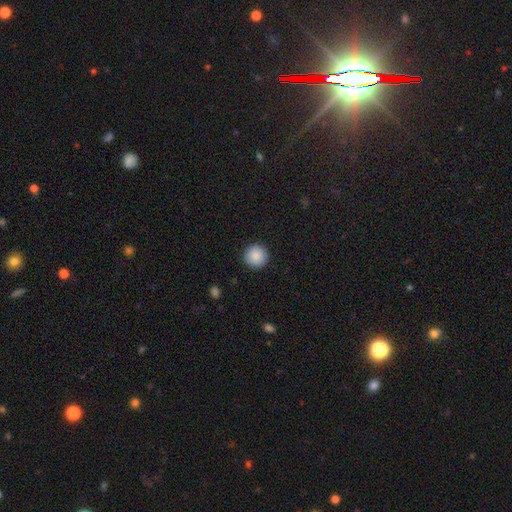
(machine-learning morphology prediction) Smooth or featured? Predicted: smooth (p=0.87). How rounded? Predicted: round (p=0.95). Merging? Predicted: none (p=0.92).